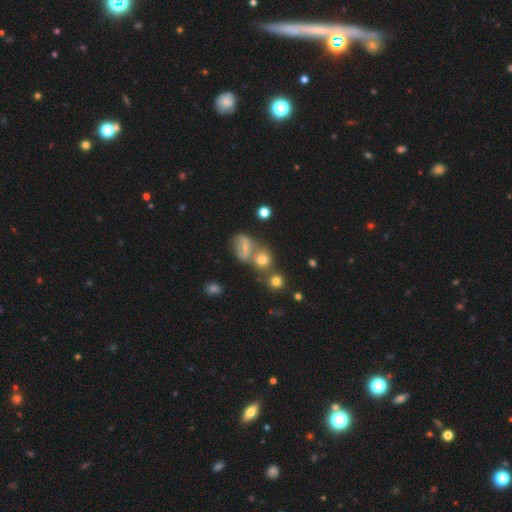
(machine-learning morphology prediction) A smooth galaxy with no disk features (40%). Merging: merger (41%).